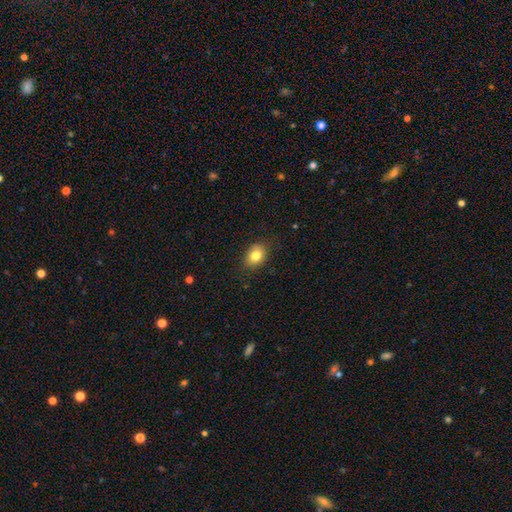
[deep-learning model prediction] A smooth galaxy with no disk features (81%) that is in between round and cigar-shaped (69%). Merging: none (81%).